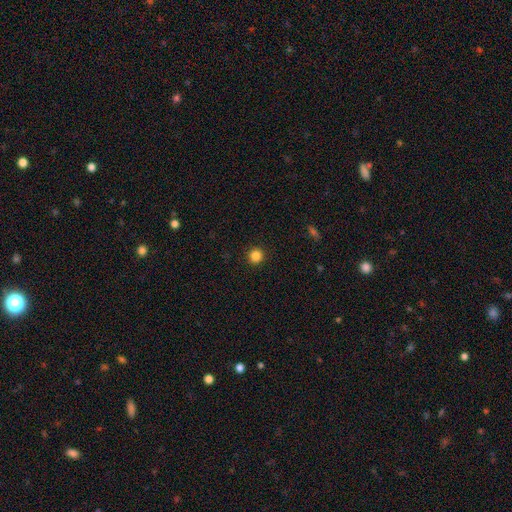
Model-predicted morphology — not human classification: smooth-or-featured: smooth: 85% | star or artifact: 12% | featured or disk: 4%
  how-rounded: round: 95% | in between: 4% | cigar-shaped: 1%
  merging: none: 93% | minor disturbance: 4% | major disturbance: 2% | merger: 1%